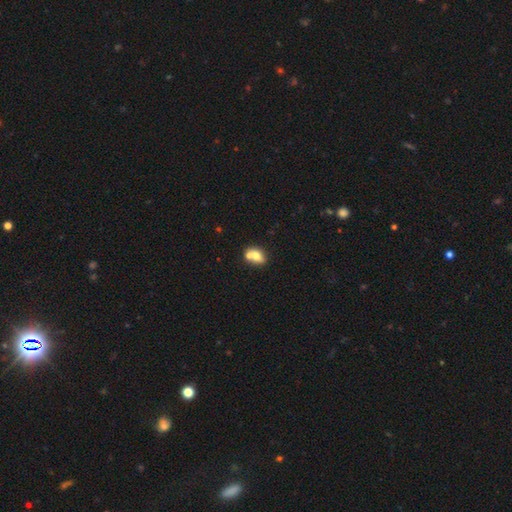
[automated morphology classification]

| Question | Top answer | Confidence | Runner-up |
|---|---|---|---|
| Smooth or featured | smooth | 69% | featured or disk (21%) |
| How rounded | in between | 65% | round (33%) |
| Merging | merger | 46% | none (40%) |